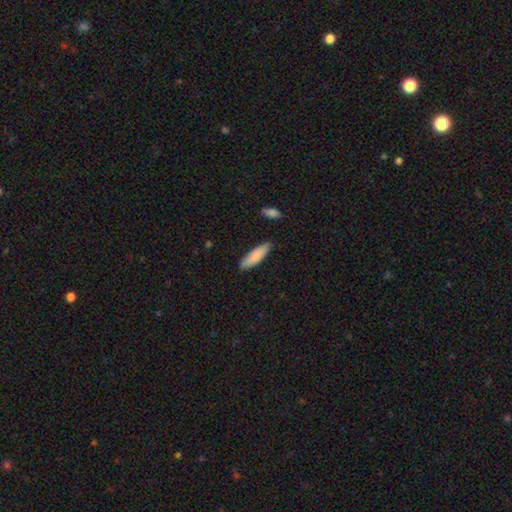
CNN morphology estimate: Q: Smooth or featured?
A: smooth (83%); runner-up: featured or disk (11%)
Q: How rounded?
A: cigar-shaped (59%); runner-up: in between (39%)
Q: Merging?
A: none (86%); runner-up: minor disturbance (10%)